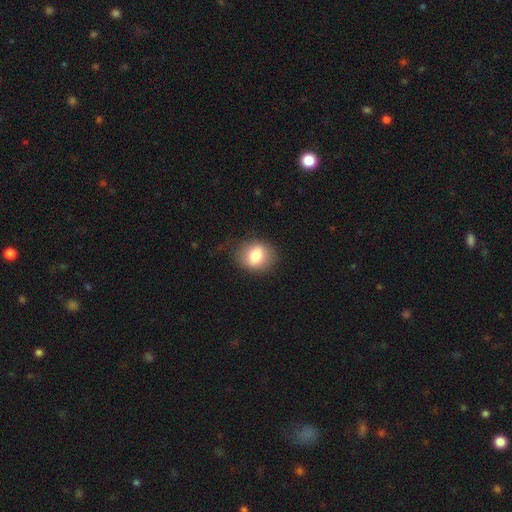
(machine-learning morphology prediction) type=smooth (78%); roundness=round (56%); merging=none (78%).